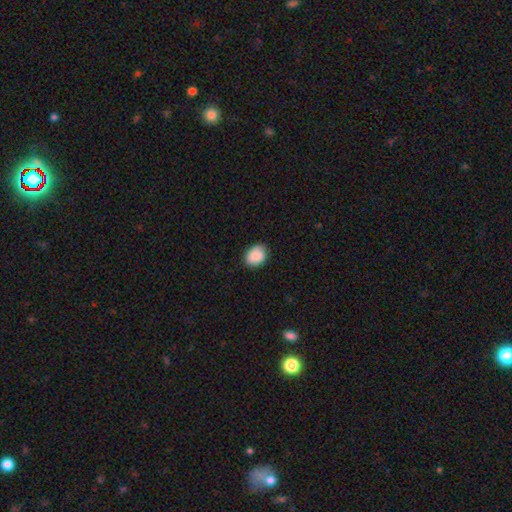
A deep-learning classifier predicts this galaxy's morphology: Smooth or featured?
  - smooth: 86% *
  - star or artifact: 7%
  - featured or disk: 7%
How rounded?
  - in between: 58% *
  - round: 41%
  - cigar-shaped: 1%
Merging?
  - none: 82% *
  - minor disturbance: 15%
  - major disturbance: 3%
  - merger: 1%